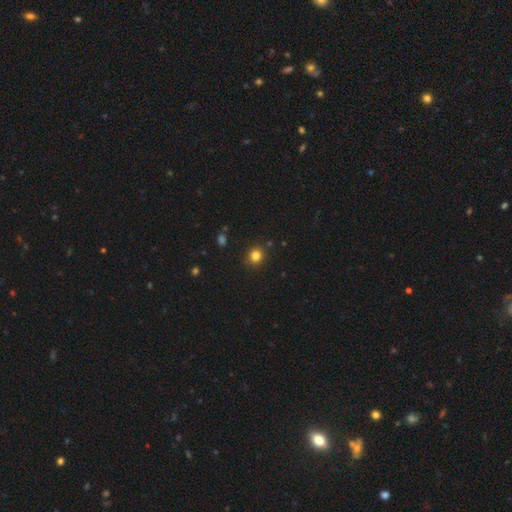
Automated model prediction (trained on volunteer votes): This is clearly a smooth galaxy (82%). How rounded: clearly round (85%). Merging: clearly none (88%).